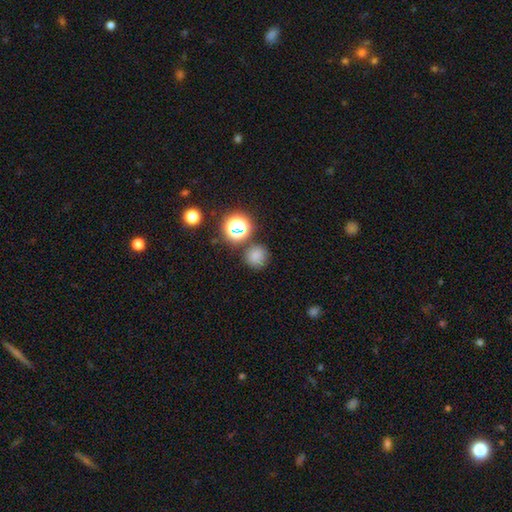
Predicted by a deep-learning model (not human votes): smooth_or_featured: smooth (p=0.73) [alt: star or artifact p=0.20]
how_rounded: round (p=0.91) [alt: in between p=0.08]
merging: none (p=0.78) [alt: minor disturbance p=0.10]